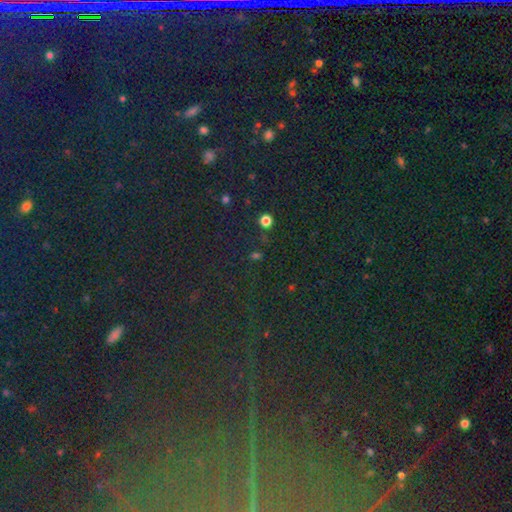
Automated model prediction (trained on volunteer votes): The model was most divided on "smooth or featured": star or artifact: 62%, smooth: 31%, featured or disk: 7%.